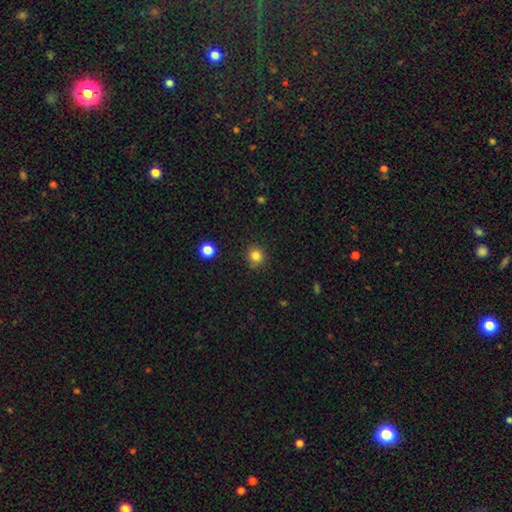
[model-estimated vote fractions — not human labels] Smooth or featured? Predicted: smooth (p=0.83). How rounded? Predicted: round (p=0.90). Merging? Predicted: none (p=0.83).